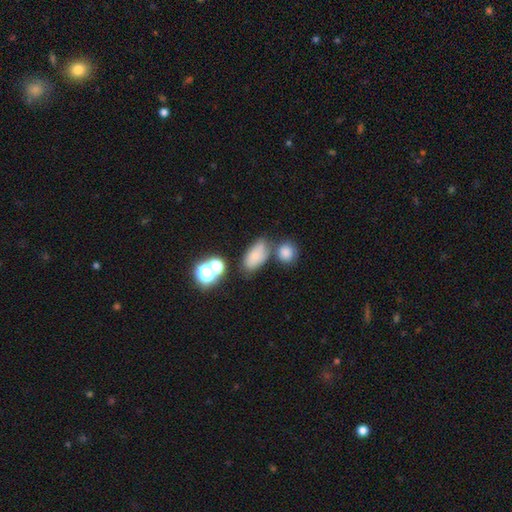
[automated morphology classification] smooth-or-featured: smooth: 70% | star or artifact: 16% | featured or disk: 14%
  how-rounded: in between: 85% | round: 11% | cigar-shaped: 4%
  merging: none: 58% | minor disturbance: 18% | merger: 17% | major disturbance: 6%